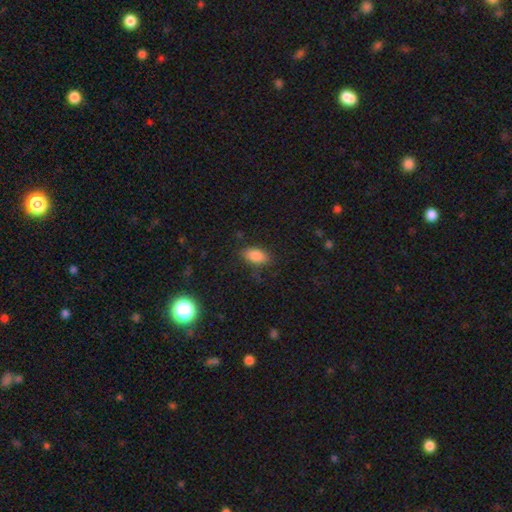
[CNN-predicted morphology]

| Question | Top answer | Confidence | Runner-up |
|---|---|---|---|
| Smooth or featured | smooth | 84% | star or artifact (9%) |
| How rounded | in between | 90% | round (5%) |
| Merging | none | 77% | minor disturbance (16%) |